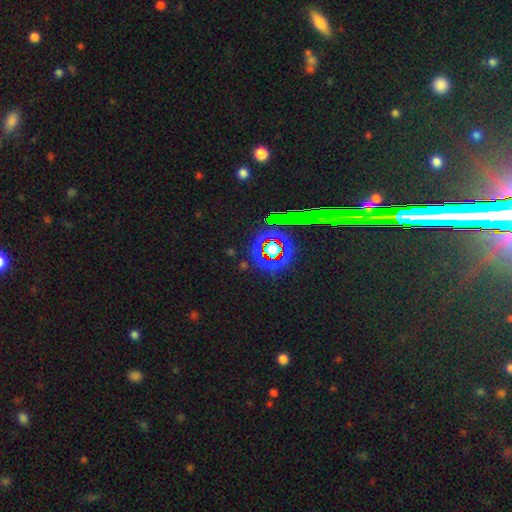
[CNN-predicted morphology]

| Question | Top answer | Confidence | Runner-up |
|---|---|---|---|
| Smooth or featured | star or artifact | 76% | featured or disk (13%) |